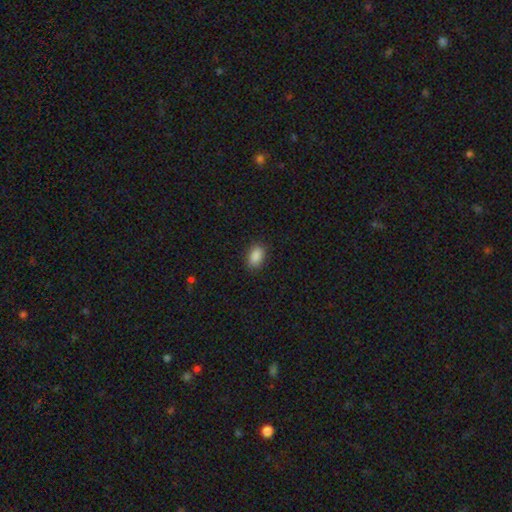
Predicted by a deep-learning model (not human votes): smooth-or-featured: smooth: 88% | star or artifact: 8% | featured or disk: 4%
  how-rounded: in between: 86% | round: 12% | cigar-shaped: 1%
  merging: none: 86% | minor disturbance: 10% | major disturbance: 3% | merger: 1%